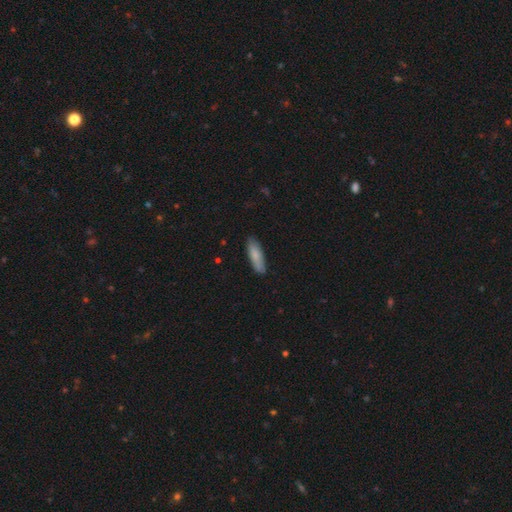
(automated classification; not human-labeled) Smooth or featured?
  - smooth: 82% *
  - featured or disk: 13%
  - star or artifact: 6%
How rounded?
  - cigar-shaped: 54% *
  - in between: 44%
  - round: 2%
Merging?
  - none: 82% *
  - minor disturbance: 15%
  - major disturbance: 2%
  - merger: 1%